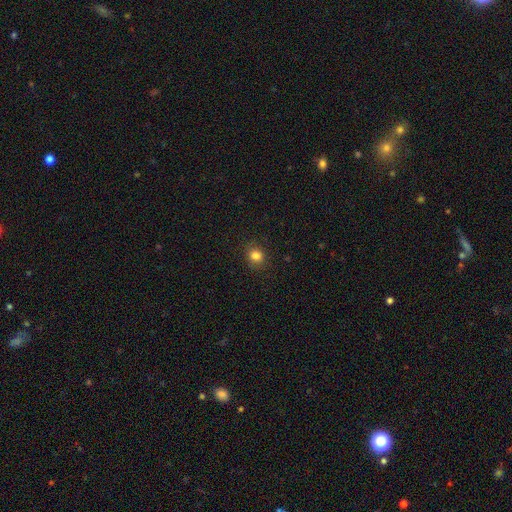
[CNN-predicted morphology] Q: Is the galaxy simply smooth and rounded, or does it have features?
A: smooth — 83%.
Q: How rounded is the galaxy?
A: round — 77%.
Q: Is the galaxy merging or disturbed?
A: none — 88%.